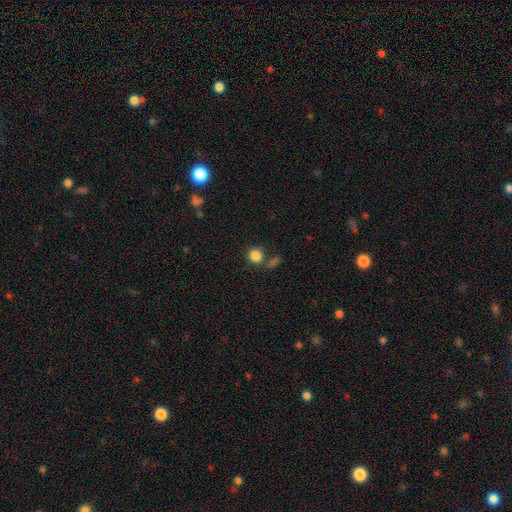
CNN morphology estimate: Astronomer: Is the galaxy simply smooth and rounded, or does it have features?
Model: smooth — 84%.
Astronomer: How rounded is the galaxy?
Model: round — 85%.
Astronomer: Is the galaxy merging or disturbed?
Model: none — 66%.